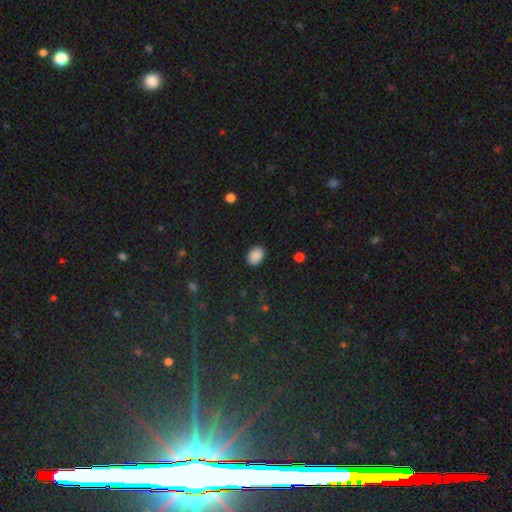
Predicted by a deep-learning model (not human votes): Smooth or featured: smooth — 88% (star or artifact — 9%)
How rounded: in between — 75% (round — 24%)
Merging: none — 89% (minor disturbance — 8%)